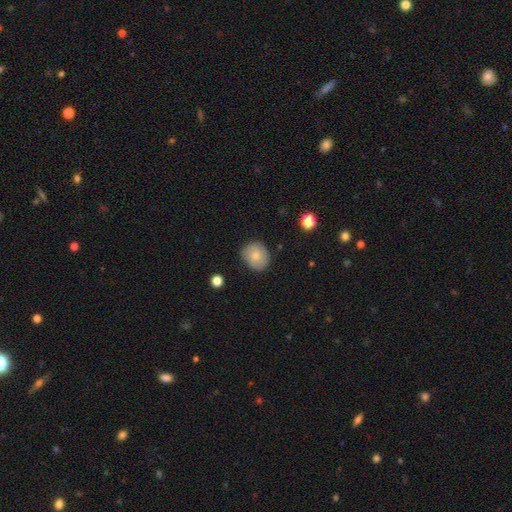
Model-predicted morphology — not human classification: smooth 75%, featured or disk 17%, star or artifact 8%. Down the decision tree: how rounded — round (75%); merging — none (81%).